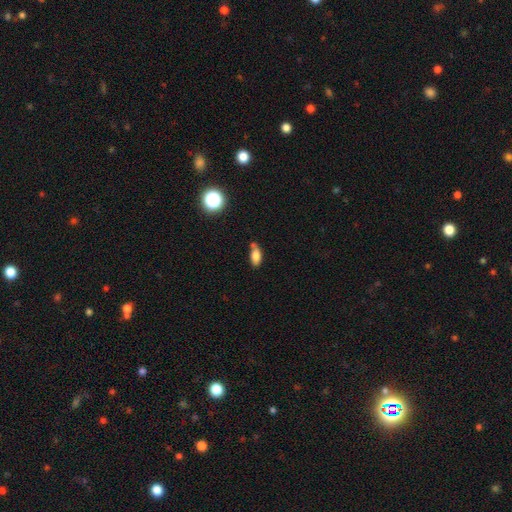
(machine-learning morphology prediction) Smooth or featured?
  - smooth: 78% *
  - featured or disk: 12%
  - star or artifact: 10%
How rounded?
  - in between: 84% *
  - cigar-shaped: 10%
  - round: 6%
Merging?
  - none: 49% *
  - minor disturbance: 29%
  - merger: 13%
  - major disturbance: 8%